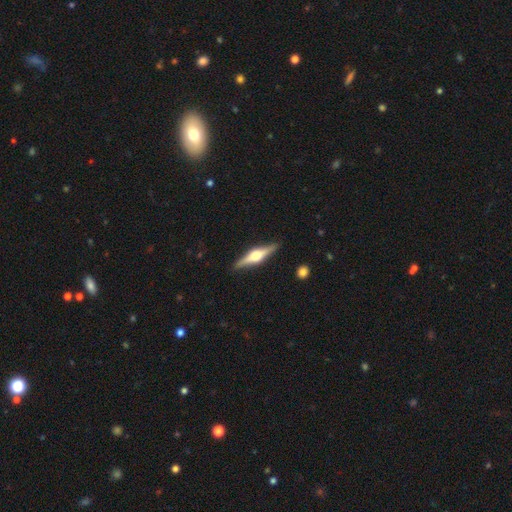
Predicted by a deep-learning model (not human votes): Overall: featured or disk (73%). Edge-on disk: yes (98%). Edge-on bulge: rounded (91%). Merging: none (90%).